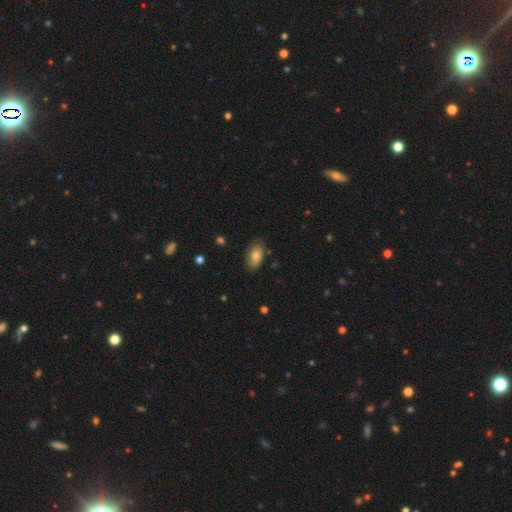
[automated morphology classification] smooth 79%, featured or disk 14%, star or artifact 8%. Down the decision tree: how rounded — in between (92%); merging — none (79%).